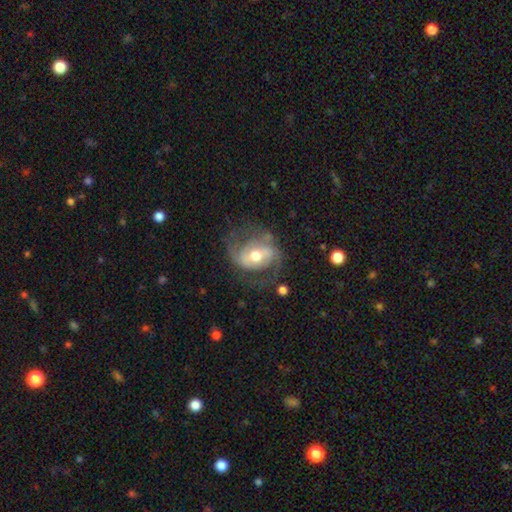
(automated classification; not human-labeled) Smooth or featured? featured or disk (78%)
Edge-on disk? no (96%)
Bar? weak (41%)
Spiral arms? yes (88%)
Spiral winding? medium (47%)
Spiral arm count? 2 (81%)
Bulge size? moderate (73%)
Merging? none (58%)